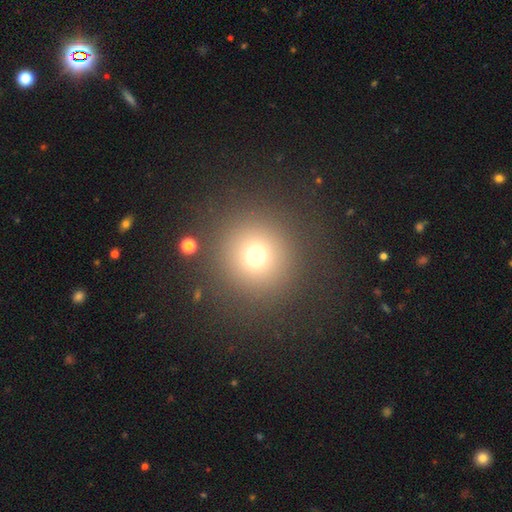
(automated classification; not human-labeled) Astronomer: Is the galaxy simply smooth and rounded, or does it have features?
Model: smooth — 70%.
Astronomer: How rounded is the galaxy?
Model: round — 94%.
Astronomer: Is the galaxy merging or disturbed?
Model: none — 87%.